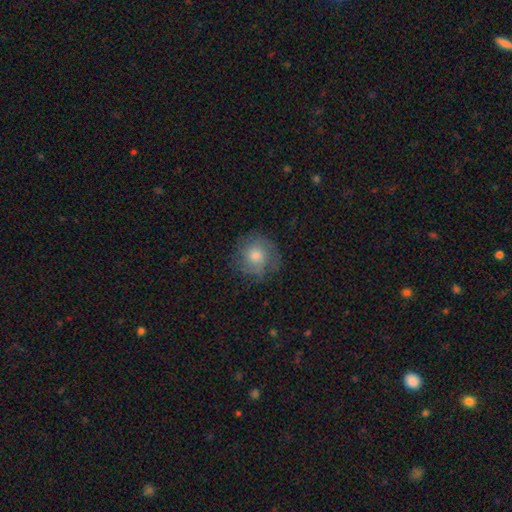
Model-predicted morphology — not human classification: Smooth or featured? smooth (49%)
Merging? none (75%)